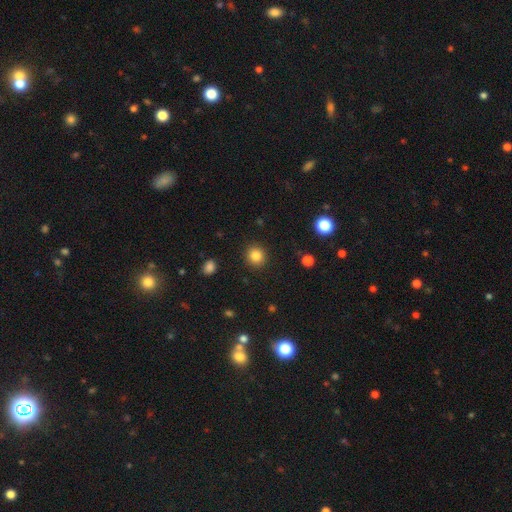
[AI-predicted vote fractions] The model was most divided on "smooth or featured": smooth: 85%, star or artifact: 11%, featured or disk: 5%. More confident: merging — none (91%); how rounded — round (91%).